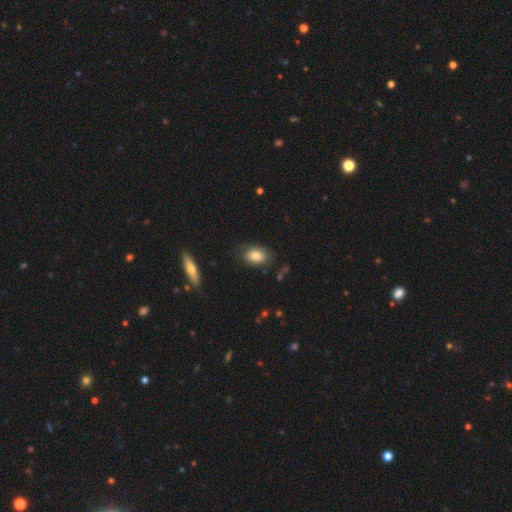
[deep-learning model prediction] A smooth galaxy with no disk features (82%) that is in between round and cigar-shaped (81%).

Vote fractions:
- Smooth or featured? smooth: 82% / featured or disk: 10% / star or artifact: 8%
- How rounded? in between: 81% / round: 17% / cigar-shaped: 2%
- Merging? none: 78% / minor disturbance: 16% / major disturbance: 4% / merger: 2%